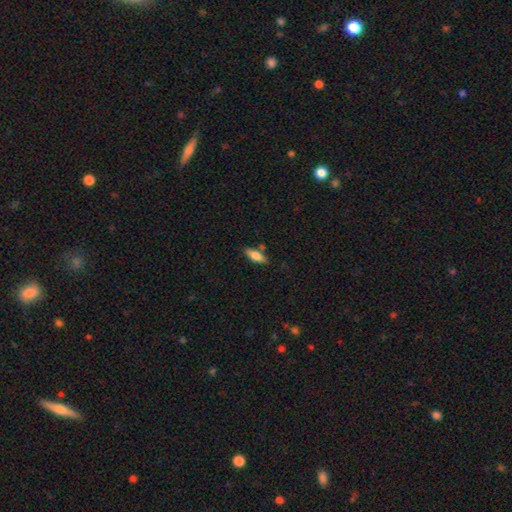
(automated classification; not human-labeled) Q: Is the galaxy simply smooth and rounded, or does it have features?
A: smooth — 77%.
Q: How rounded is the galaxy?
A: in between — 71%.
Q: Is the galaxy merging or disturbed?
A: none — 78%.